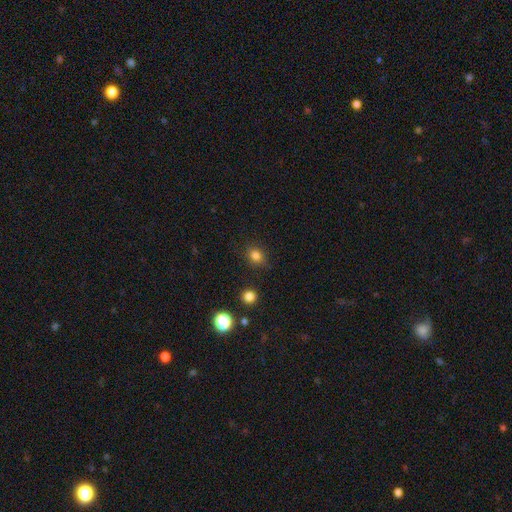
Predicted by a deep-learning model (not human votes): Smooth or featured? Predicted: smooth (p=0.81). How rounded? Predicted: round (p=0.68). Merging? Predicted: none (p=0.82).